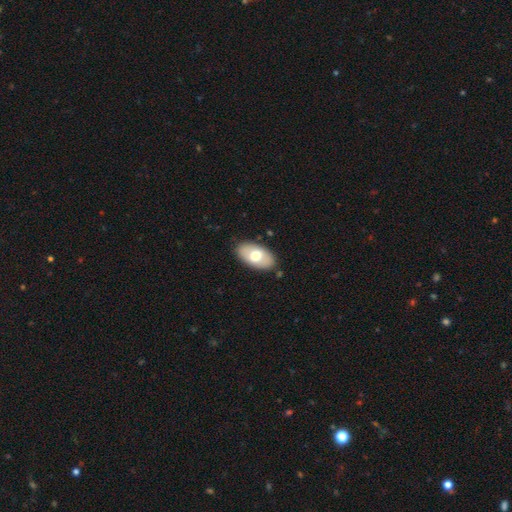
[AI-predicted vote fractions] smooth_or_featured: smooth (p=0.67) [alt: featured or disk p=0.28]
how_rounded: in between (p=0.94) [alt: round p=0.04]
merging: none (p=0.86) [alt: minor disturbance p=0.10]